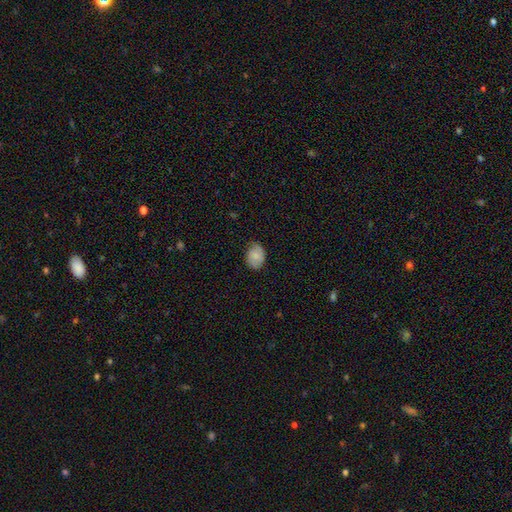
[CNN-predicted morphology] Smooth or featured? smooth (66%)
How rounded? in between (68%)
Merging? none (64%)